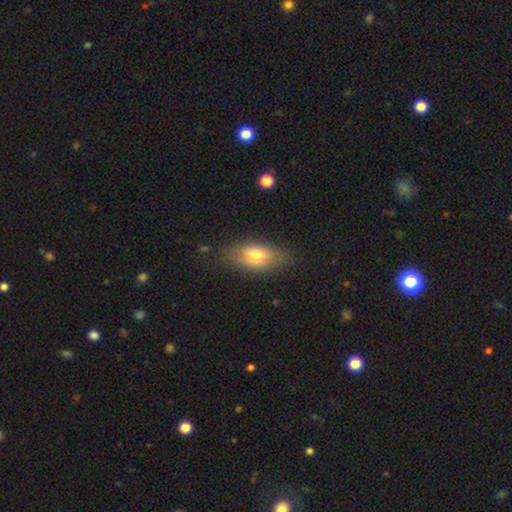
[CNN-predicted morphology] Smooth or featured?
  - smooth: 72% *
  - featured or disk: 20%
  - star or artifact: 8%
How rounded?
  - in between: 83% *
  - cigar-shaped: 11%
  - round: 6%
Merging?
  - none: 78% *
  - minor disturbance: 16%
  - major disturbance: 5%
  - merger: 2%